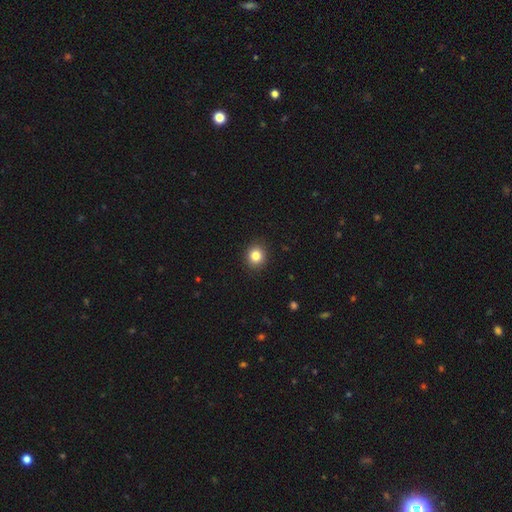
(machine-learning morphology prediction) Q: Smooth or featured?
A: smooth (84%); runner-up: star or artifact (11%)
Q: How rounded?
A: round (81%); runner-up: in between (18%)
Q: Merging?
A: none (91%); runner-up: minor disturbance (6%)